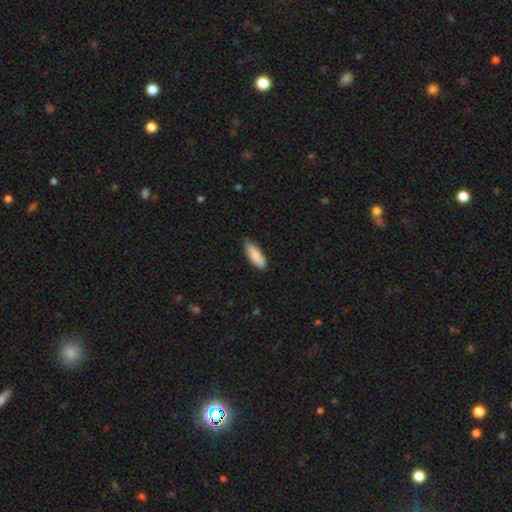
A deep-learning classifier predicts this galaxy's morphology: smooth-or-featured: smooth: 88% | featured or disk: 6% | star or artifact: 6%
  how-rounded: in between: 62% | cigar-shaped: 36% | round: 2%
  merging: none: 80% | minor disturbance: 17% | major disturbance: 2% | merger: 1%